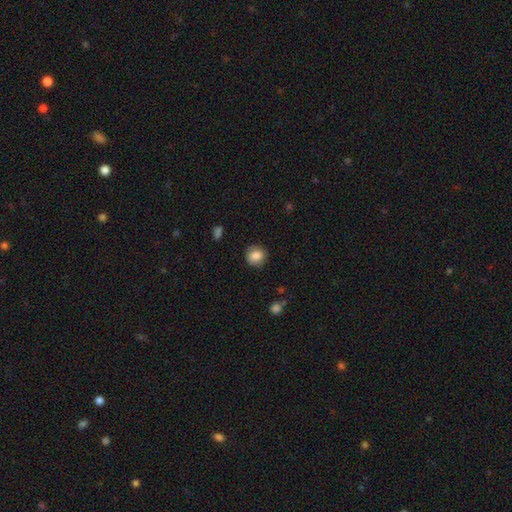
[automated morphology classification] A smooth galaxy with no disk features (83%) that is round (88%). Merging: none (87%).